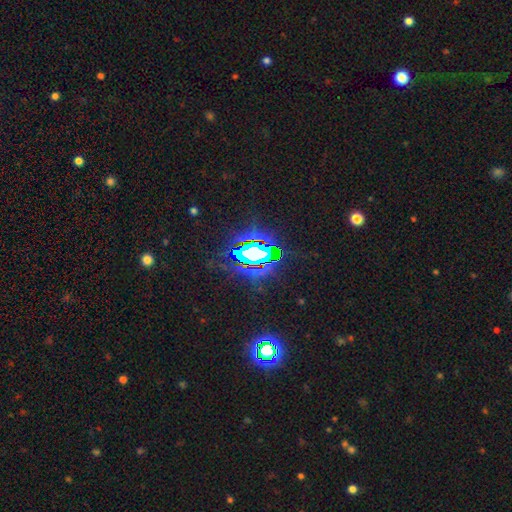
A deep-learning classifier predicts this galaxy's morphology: Overall: star or artifact (70%).